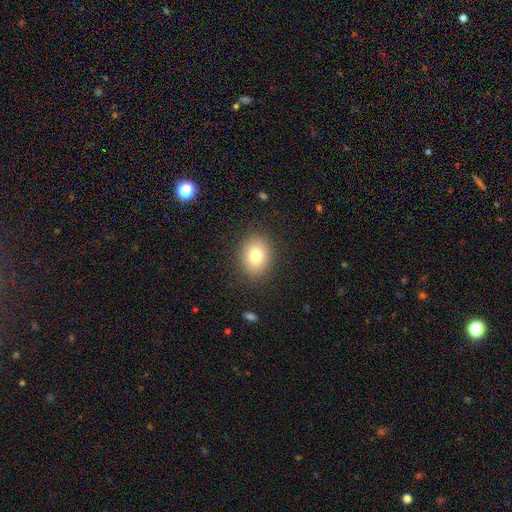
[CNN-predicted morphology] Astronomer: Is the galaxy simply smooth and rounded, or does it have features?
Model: smooth — 80%.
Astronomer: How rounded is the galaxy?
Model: round — 52% (runner-up: in between, 47%).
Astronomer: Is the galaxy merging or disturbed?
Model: none — 87%.